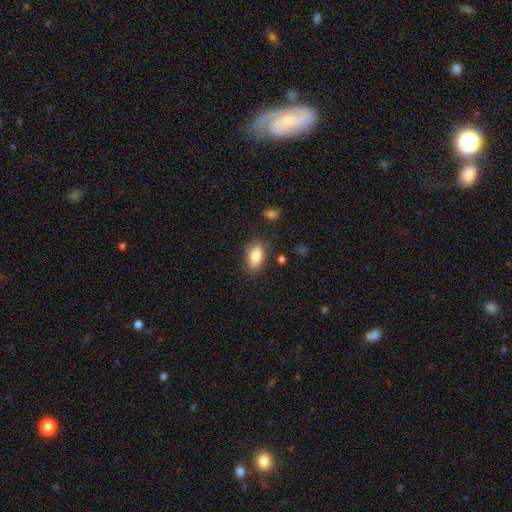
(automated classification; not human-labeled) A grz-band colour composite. It shows a smooth galaxy with no disk features (83%) that is in between round and cigar-shaped (88%). Merging: none (78%).